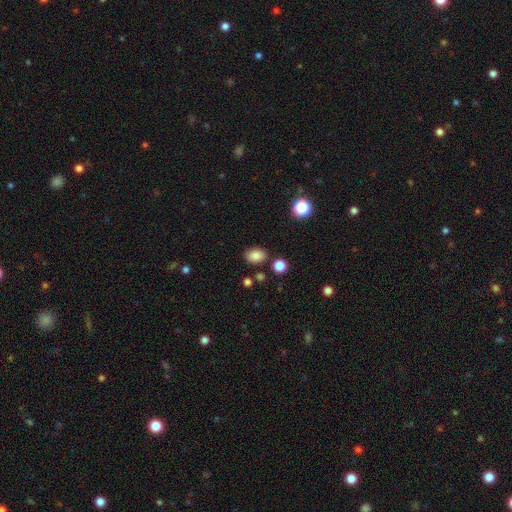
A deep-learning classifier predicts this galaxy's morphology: type=smooth (84%); roundness=in between (73%); merging=none (82%).